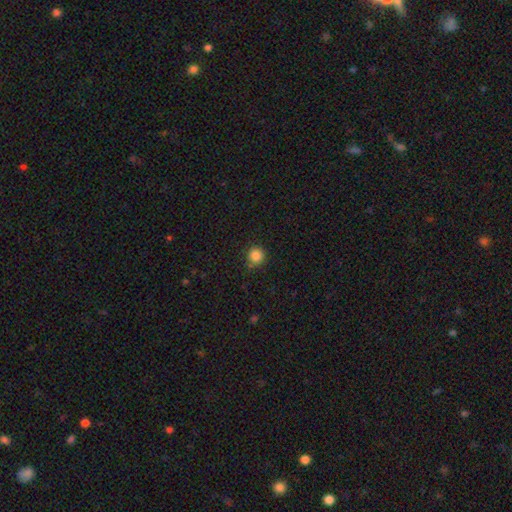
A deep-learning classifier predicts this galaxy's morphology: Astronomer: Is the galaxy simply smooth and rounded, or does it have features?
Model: smooth — 84%.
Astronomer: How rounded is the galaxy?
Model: round — 93%.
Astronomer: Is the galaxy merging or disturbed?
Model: none — 82%.